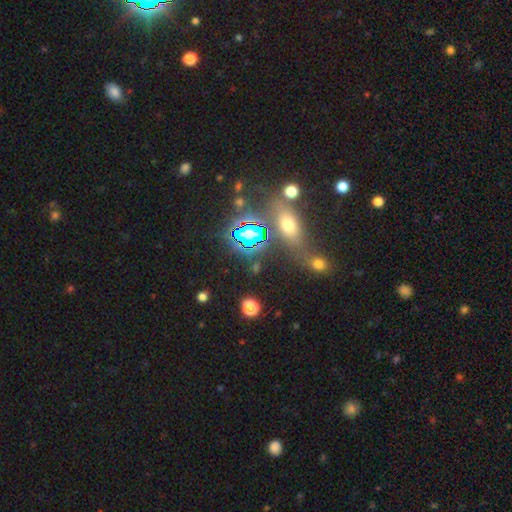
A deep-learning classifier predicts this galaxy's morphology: This is possibly a star or artifact rather than a galaxy (57%).